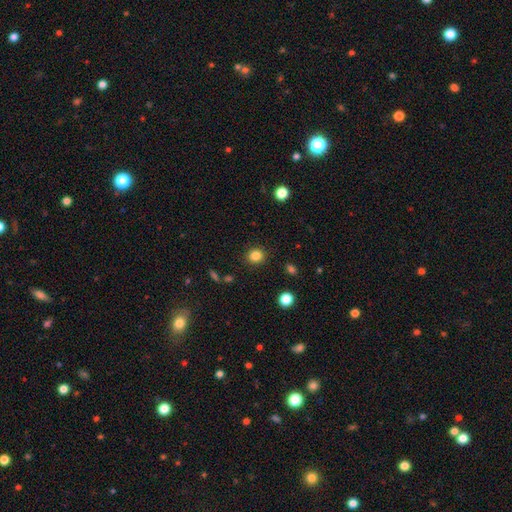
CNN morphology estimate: smooth 84%, star or artifact 11%, featured or disk 4%. Down the decision tree: how rounded — round (82%); merging — none (89%).